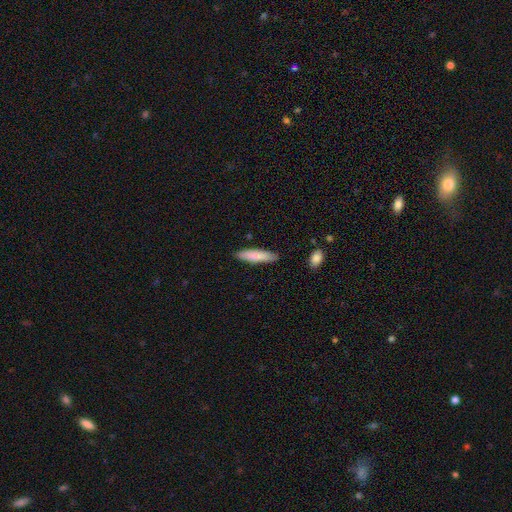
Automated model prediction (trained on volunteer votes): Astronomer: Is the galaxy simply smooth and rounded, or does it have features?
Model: smooth — 84%.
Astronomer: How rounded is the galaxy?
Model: cigar-shaped — 76%.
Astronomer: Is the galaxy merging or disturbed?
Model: none — 88%.